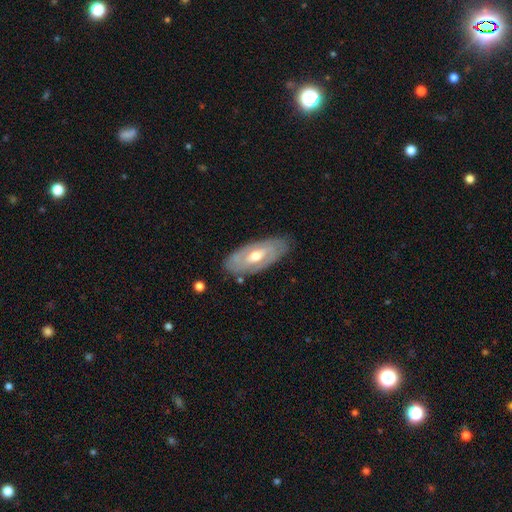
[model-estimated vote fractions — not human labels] featured or disk 68%, smooth 26%, star or artifact 6%. Down the decision tree: edge-on disk — no (85%); bar — no (48%); spiral arms — yes (57%); bulge size — moderate (71%); merging — none (82%).